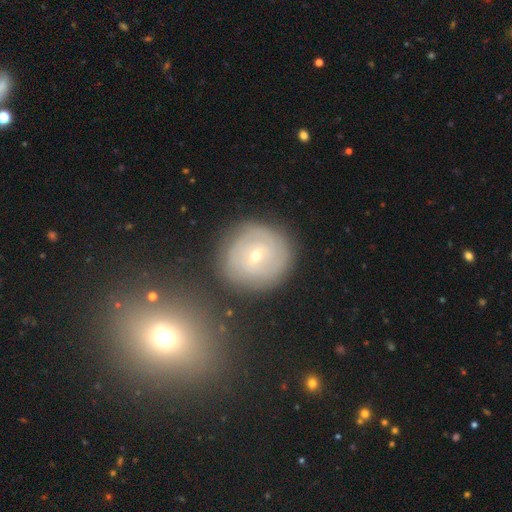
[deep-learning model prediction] featured or disk 56%, smooth 35%, star or artifact 9%. Down the decision tree: edge-on disk — no (96%); bar — no (60%); spiral arms — yes (68%); bulge size — small (69%); merging — none (78%).